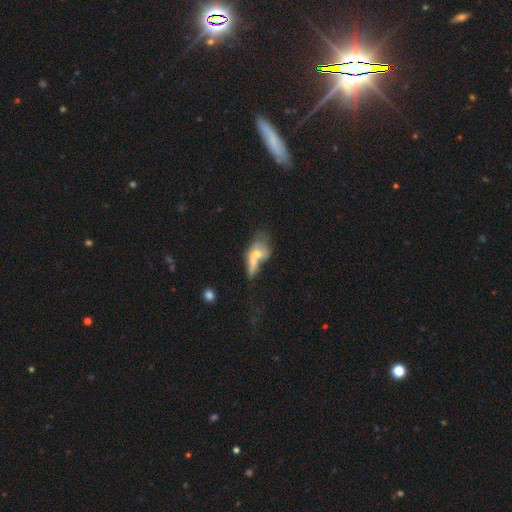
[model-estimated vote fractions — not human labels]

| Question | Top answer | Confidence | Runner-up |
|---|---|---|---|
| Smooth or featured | smooth | 56% | featured or disk (35%) |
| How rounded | in between | 72% | round (19%) |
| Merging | merger | 64% | none (14%) |